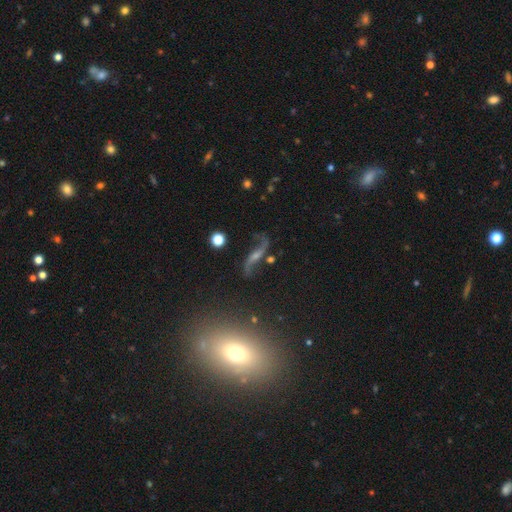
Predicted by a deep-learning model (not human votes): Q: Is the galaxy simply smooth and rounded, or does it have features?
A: featured or disk — 83%.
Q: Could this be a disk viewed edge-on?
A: no — 88%.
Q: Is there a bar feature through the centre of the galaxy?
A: no — 41%.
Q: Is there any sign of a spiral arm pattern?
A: yes — 95%.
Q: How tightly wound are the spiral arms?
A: loose — 90%.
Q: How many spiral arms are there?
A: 2 — 93%.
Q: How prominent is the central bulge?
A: small — 43%.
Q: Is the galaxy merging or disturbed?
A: none — 72%.